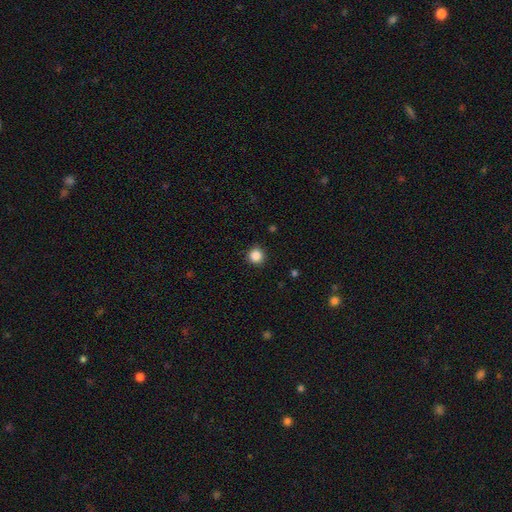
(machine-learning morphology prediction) A smooth galaxy with no disk features (86%) that is round (94%). Merging: none (91%).